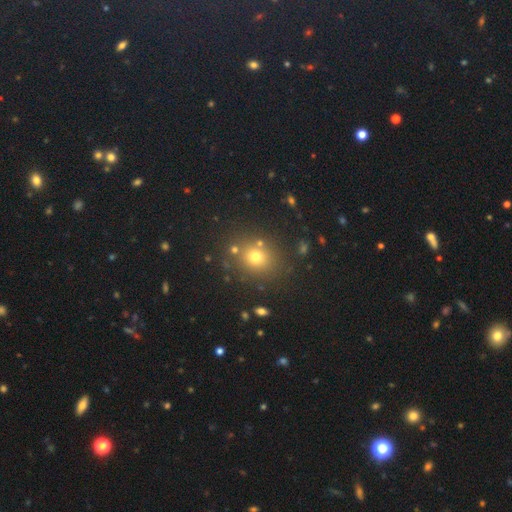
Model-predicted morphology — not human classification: type=smooth (70%); roundness=round (74%); merging=none (80%).